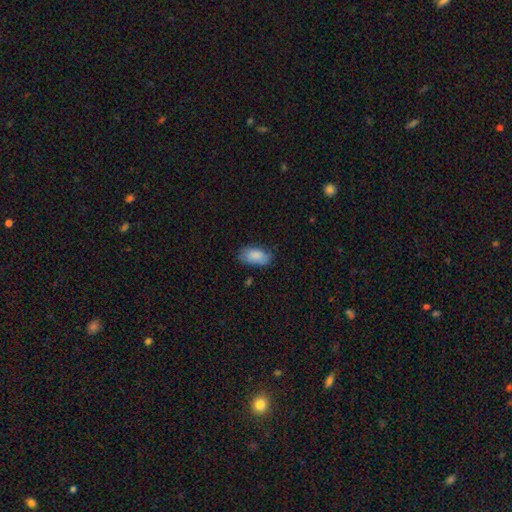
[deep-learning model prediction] smooth-or-featured: smooth: 86% | featured or disk: 7% | star or artifact: 6%
  how-rounded: in between: 93% | round: 4% | cigar-shaped: 3%
  merging: none: 72% | minor disturbance: 22% | major disturbance: 4% | merger: 2%